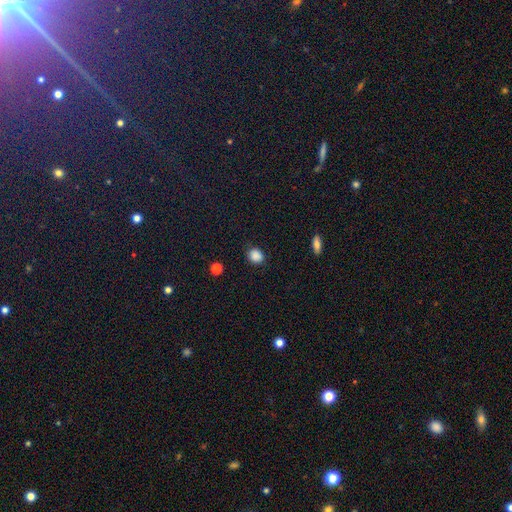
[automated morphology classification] Smooth or featured?
  - smooth: 87% *
  - star or artifact: 10%
  - featured or disk: 3%
How rounded?
  - round: 70% *
  - in between: 29%
  - cigar-shaped: 1%
Merging?
  - none: 84% *
  - minor disturbance: 12%
  - major disturbance: 3%
  - merger: 1%